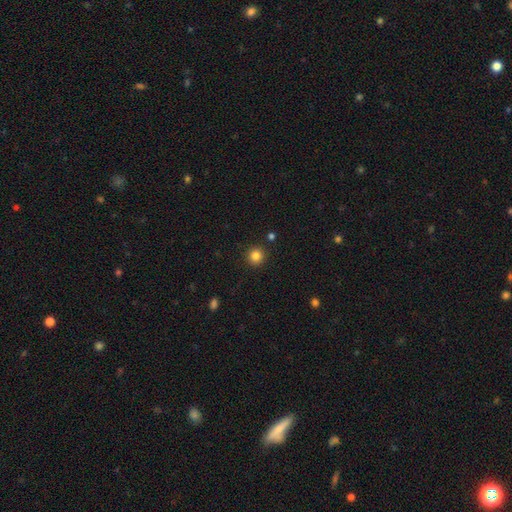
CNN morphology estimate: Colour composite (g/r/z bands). It shows a smooth galaxy with no disk features (84%) that is round (93%). Merging: none (90%).